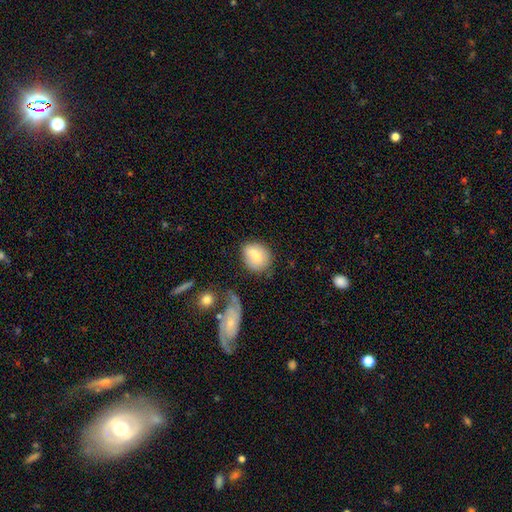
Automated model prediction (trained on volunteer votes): This appears to be a smooth galaxy with no disk features (70%) that is round (64%). Merging: none (46%).